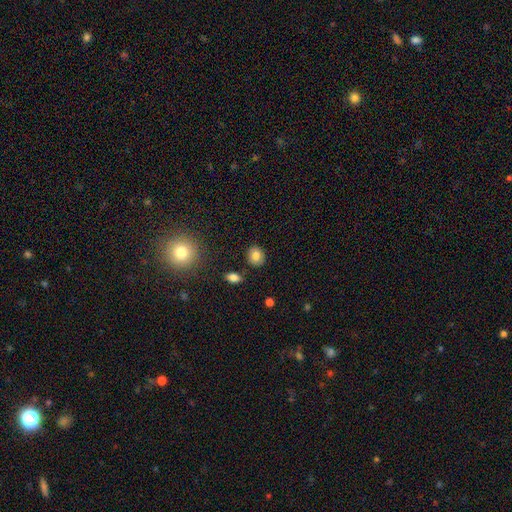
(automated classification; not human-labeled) This appears to be a smooth galaxy with no disk features (81%) that is round (71%). Merging: none (86%).